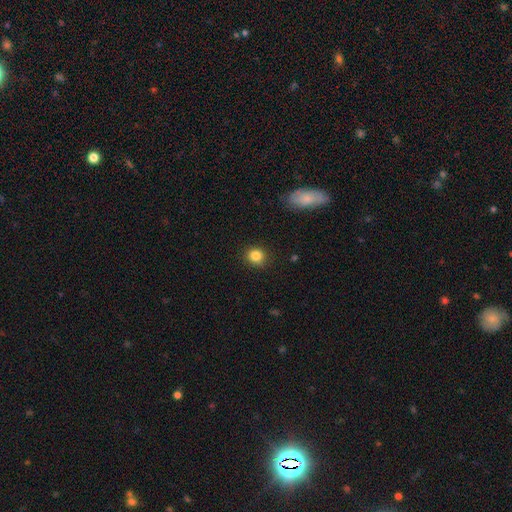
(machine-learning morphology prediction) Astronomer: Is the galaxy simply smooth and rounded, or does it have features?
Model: smooth — 84%.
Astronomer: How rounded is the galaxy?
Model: round — 80%.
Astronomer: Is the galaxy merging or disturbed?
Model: none — 86%.